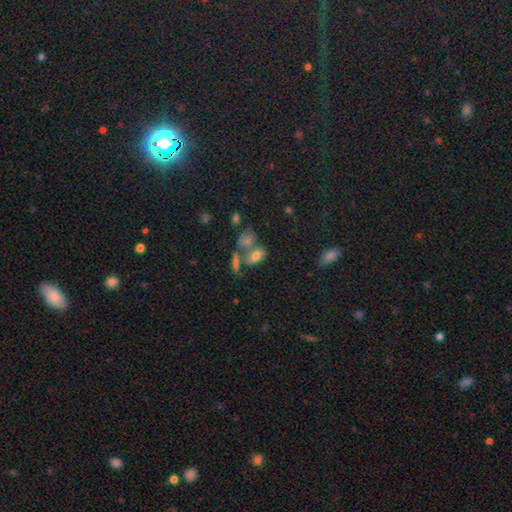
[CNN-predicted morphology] This appears to be a smooth galaxy with no disk features (68%) that is in between round and cigar-shaped (85%). Merging: merger (40%).